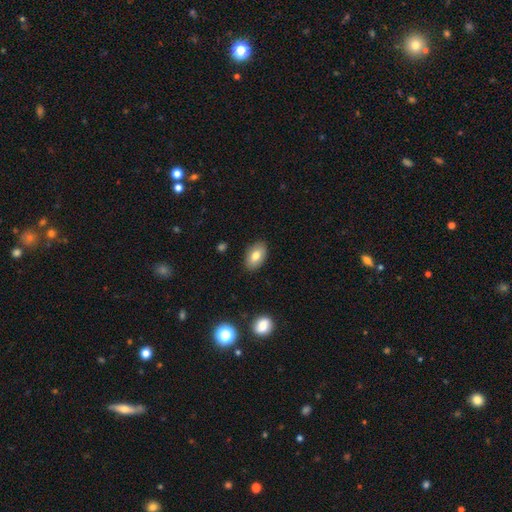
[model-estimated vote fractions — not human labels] Smooth or featured?
  - smooth: 77% *
  - featured or disk: 15%
  - star or artifact: 8%
How rounded?
  - in between: 92% *
  - round: 7%
  - cigar-shaped: 2%
Merging?
  - none: 87% *
  - minor disturbance: 9%
  - major disturbance: 2%
  - merger: 1%